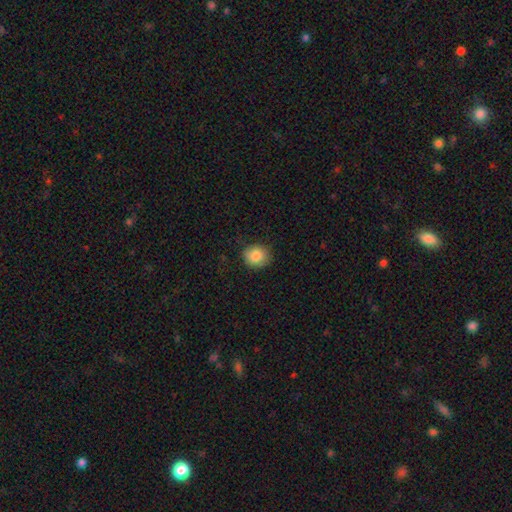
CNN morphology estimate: The model was most divided on "how rounded": round: 83%, in between: 16%, cigar-shaped: 1%. More confident: smooth or featured — smooth (87%); merging — none (83%).